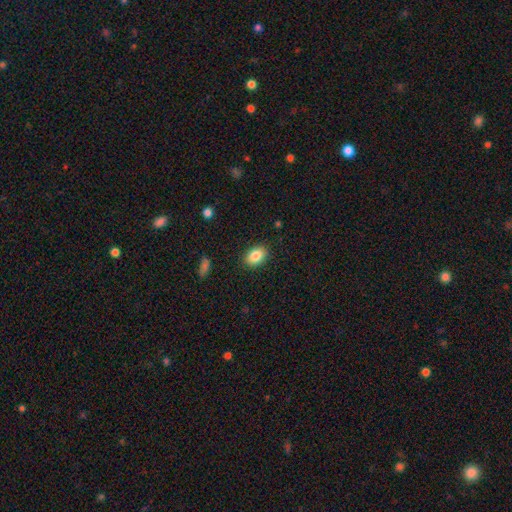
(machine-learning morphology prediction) Smooth or featured? Predicted: smooth (p=0.85). How rounded? Predicted: in between (p=0.82). Merging? Predicted: none (p=0.88).